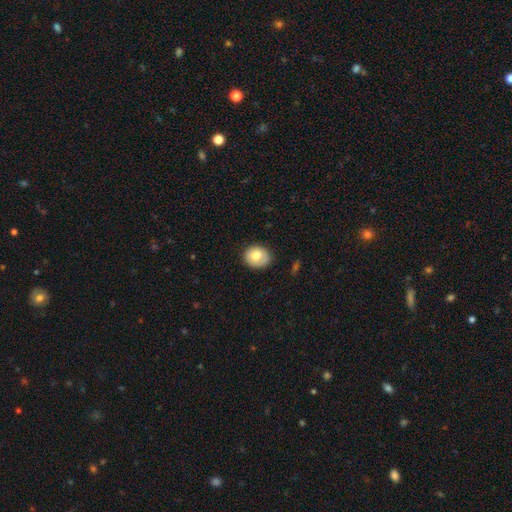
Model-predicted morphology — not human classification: The model was most divided on "how rounded": round: 71%, in between: 28%, cigar-shaped: 1%. More confident: merging — none (80%); smooth or featured — smooth (72%).